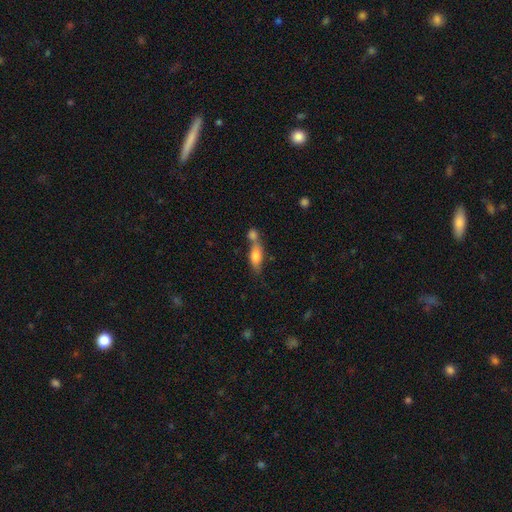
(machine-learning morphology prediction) This is likely a smooth galaxy (74%). How rounded: likely in between (70%). Merging: possibly merger (47%).